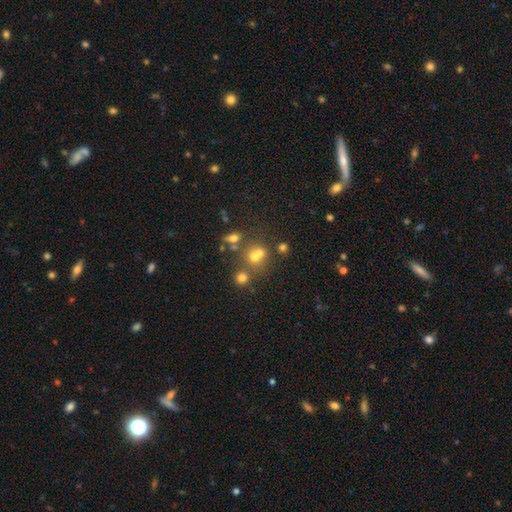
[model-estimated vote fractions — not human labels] Morphology: type=smooth (56%); roundness=round (77%); merging=none (47%).